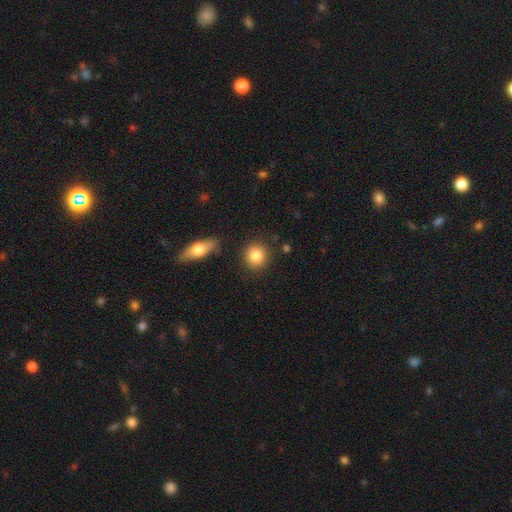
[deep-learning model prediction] Overall: smooth (84%). How rounded: round (86%). Merging: none (87%).